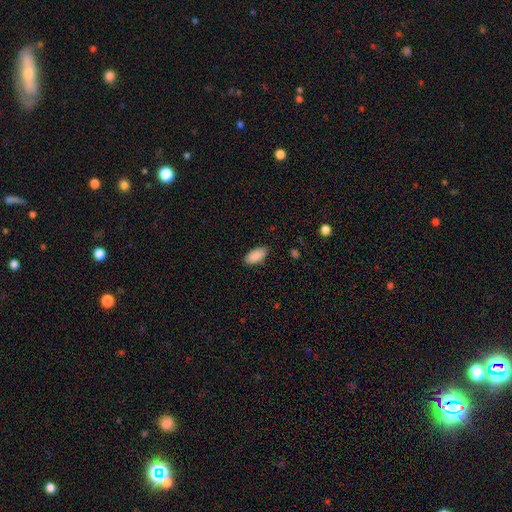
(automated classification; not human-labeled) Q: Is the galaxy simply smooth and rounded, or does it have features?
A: smooth — 90%.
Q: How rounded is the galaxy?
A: in between — 92%.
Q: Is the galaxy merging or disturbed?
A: none — 86%.